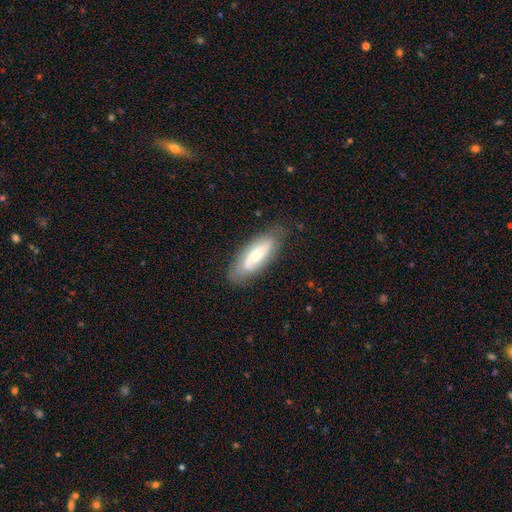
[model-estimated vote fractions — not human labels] featured or disk 57%, smooth 37%, star or artifact 6%. Down the decision tree: edge-on disk — no (81%); merging — none (78%).